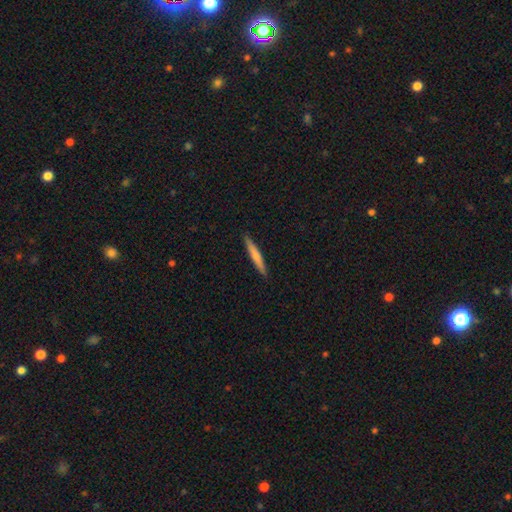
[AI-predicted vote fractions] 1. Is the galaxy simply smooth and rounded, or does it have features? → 67% smooth, 27% featured or disk, 5% star or artifact.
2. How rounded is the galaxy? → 96% cigar-shaped, 3% in between, 1% round.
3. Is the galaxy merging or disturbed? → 91% none, 7% minor disturbance, 1% major disturbance, 1% merger.